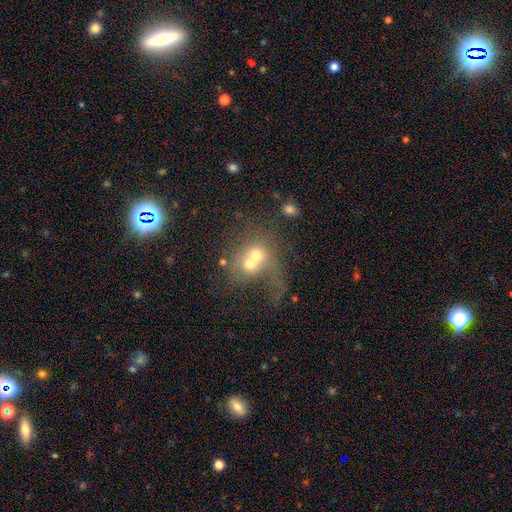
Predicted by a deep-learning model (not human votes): This appears to be a smooth galaxy with no disk features (54%) that is round (69%). Merging: merger (73%).